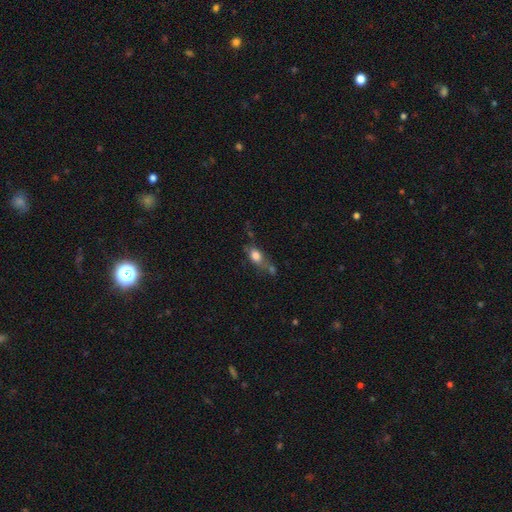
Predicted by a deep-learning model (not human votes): This is likely a smooth galaxy (74%). How rounded: likely in between (73%). Merging: marginally none (39%).